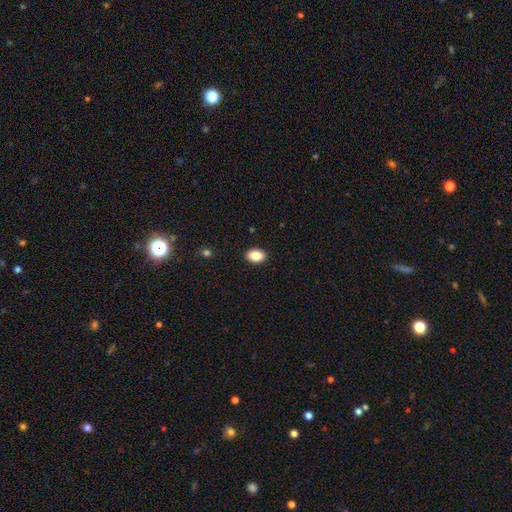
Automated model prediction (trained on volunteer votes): smooth 86%, star or artifact 8%, featured or disk 6%. Down the decision tree: how rounded — in between (86%); merging — none (91%).